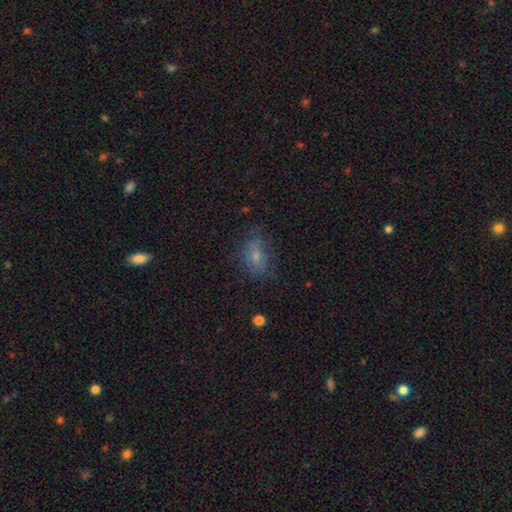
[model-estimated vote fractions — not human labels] Smooth or featured: smooth — 67% (featured or disk — 21%)
How rounded: in between — 79% (round — 18%)
Merging: none — 65% (minor disturbance — 23%)